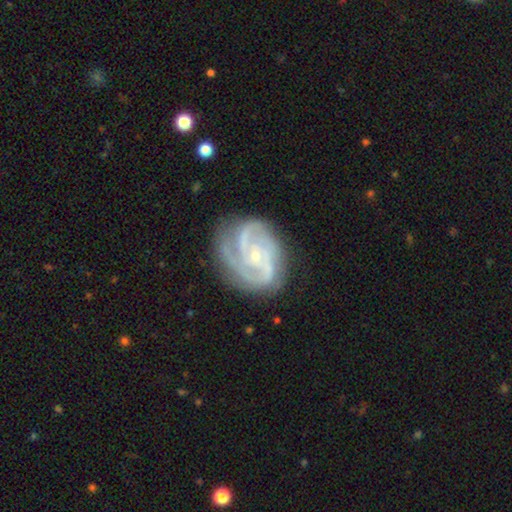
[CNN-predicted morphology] Overall: featured or disk (89%). Edge-on disk: no (98%). Bar: no (64%; weak 28%). Spiral arms: yes (97%). Spiral arm count: 3 (45%; 2 22%). Spiral winding: tight (53%; medium 40%). Bulge size: small (79%). Merging: none (68%).